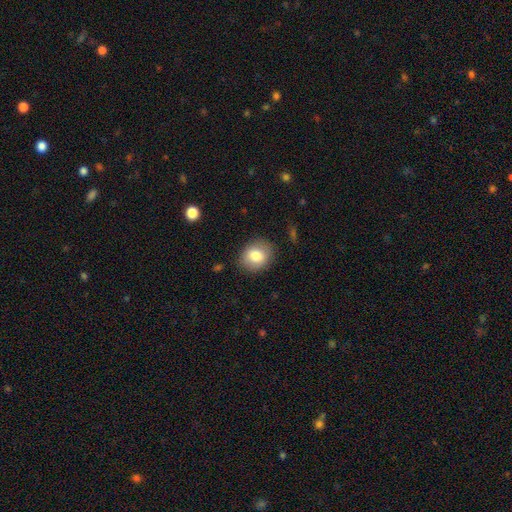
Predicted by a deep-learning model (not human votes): Smooth or featured? smooth (81%)
How rounded? round (59%)
Merging? none (85%)